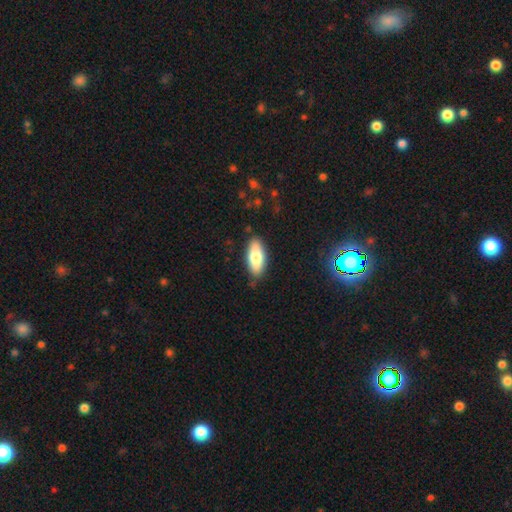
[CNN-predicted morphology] This is likely a smooth galaxy (73%). How rounded: likely in between (80%). Merging: clearly none (85%).